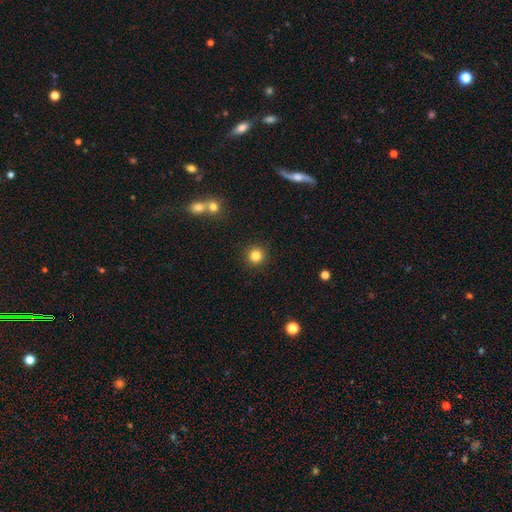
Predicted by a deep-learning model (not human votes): Smooth or featured? Predicted: smooth (p=0.83). How rounded? Predicted: round (p=0.95). Merging? Predicted: none (p=0.91).